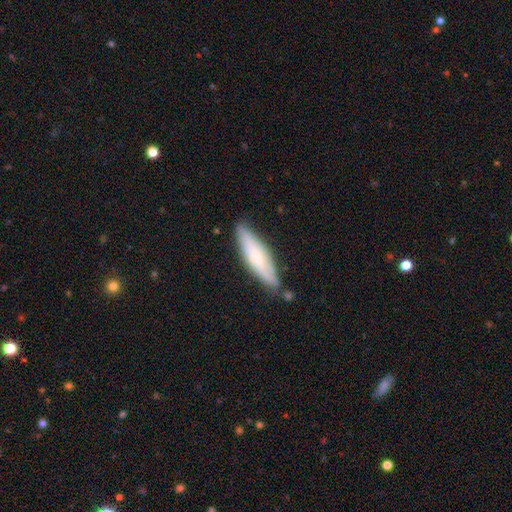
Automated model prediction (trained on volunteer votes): Overall: smooth (67%; featured or disk 27%). How rounded: cigar-shaped (73%). Merging: none (77%).